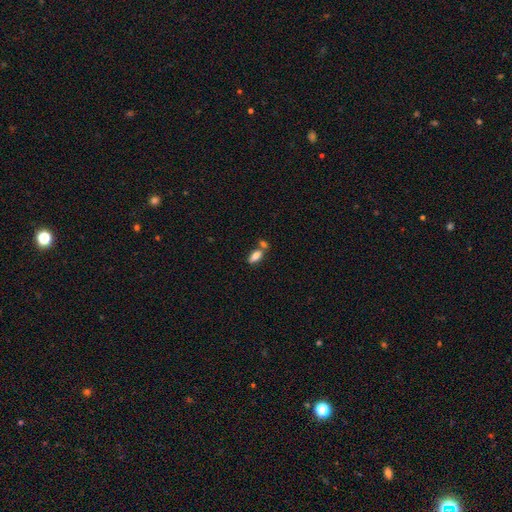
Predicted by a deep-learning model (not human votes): The model was most divided on "merging": none: 51%, merger: 33%, minor disturbance: 12%, major disturbance: 4%. More confident: how rounded — in between (85%); smooth or featured — smooth (82%).